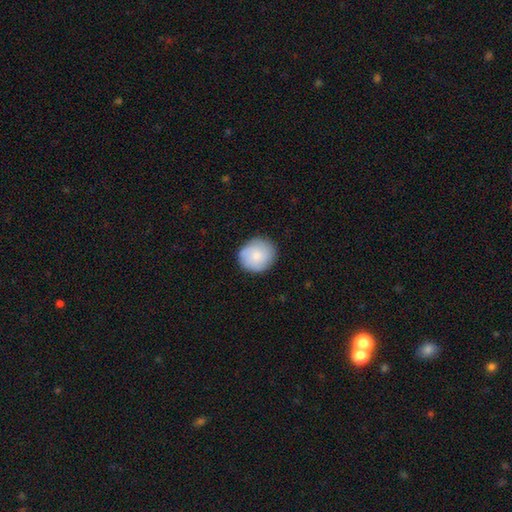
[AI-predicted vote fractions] A smooth galaxy with no disk features (78%) that is round (85%).

Vote fractions:
- Smooth or featured? smooth: 78% / featured or disk: 16% / star or artifact: 6%
- How rounded? round: 85% / in between: 14% / cigar-shaped: 1%
- Merging? none: 84% / minor disturbance: 12% / major disturbance: 3% / merger: 1%